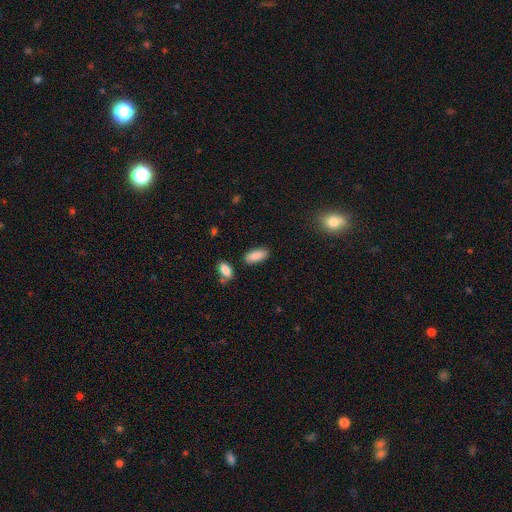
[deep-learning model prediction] Smooth or featured?
  - smooth: 87% *
  - star or artifact: 7%
  - featured or disk: 6%
How rounded?
  - in between: 84% *
  - cigar-shaped: 13%
  - round: 2%
Merging?
  - none: 83% *
  - minor disturbance: 11%
  - merger: 4%
  - major disturbance: 2%